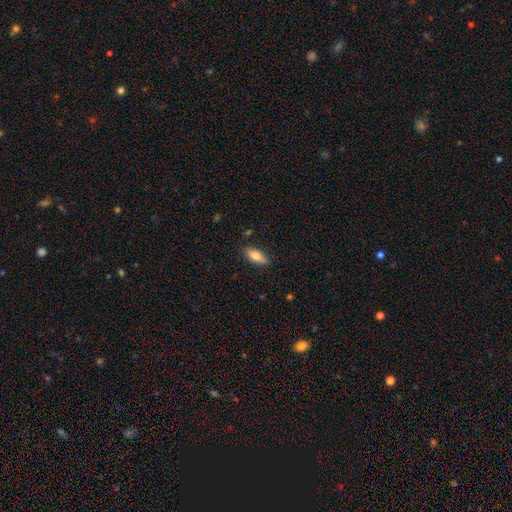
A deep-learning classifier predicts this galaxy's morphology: A smooth galaxy with no disk features (65%) that is in between round and cigar-shaped (68%).

Vote fractions:
- Smooth or featured? smooth: 65% / featured or disk: 29% / star or artifact: 7%
- How rounded? in between: 68% / cigar-shaped: 29% / round: 3%
- Merging? none: 86% / minor disturbance: 11% / major disturbance: 2% / merger: 1%